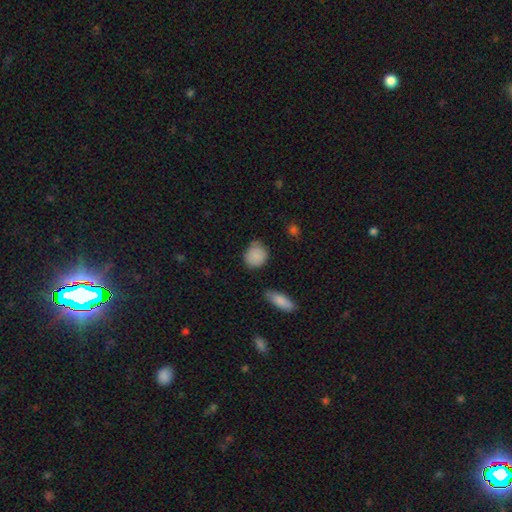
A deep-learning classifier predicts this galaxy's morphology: This is clearly a smooth galaxy (87%). How rounded: likely round (68%). Merging: likely none (71%).